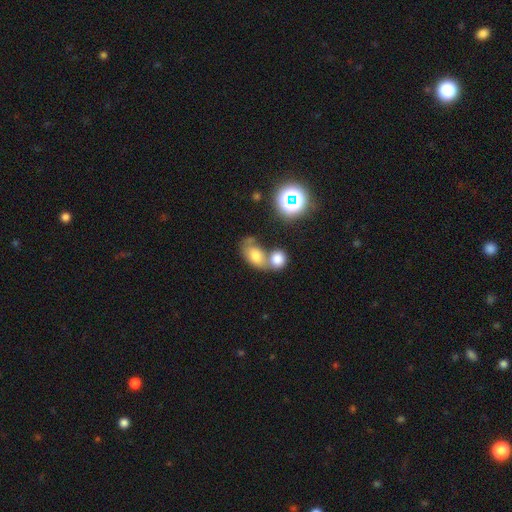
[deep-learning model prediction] Smooth or featured? Predicted: smooth (p=0.69). How rounded? Predicted: in between (p=0.75). Merging? Predicted: merger (p=0.58).